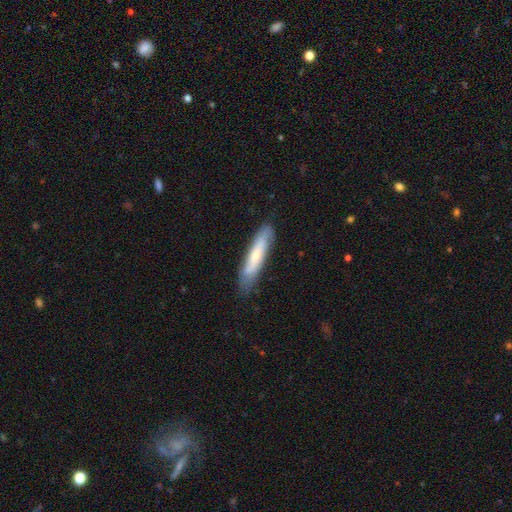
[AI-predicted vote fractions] The model was most divided on "smooth or featured": smooth: 58%, featured or disk: 36%, star or artifact: 6%. More confident: how rounded — cigar-shaped (84%); merging — none (79%).